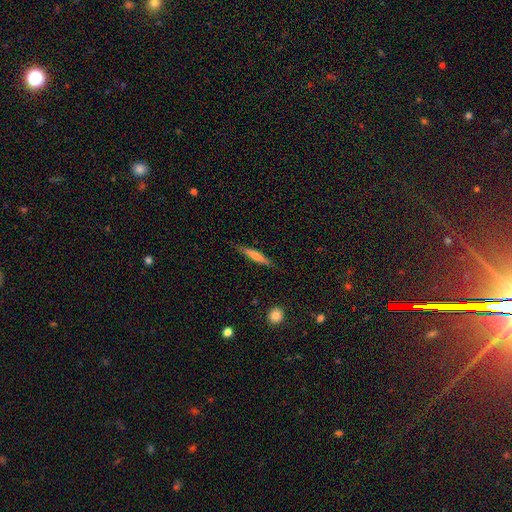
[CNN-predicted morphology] smooth-or-featured: smooth: 48% | featured or disk: 45% | star or artifact: 7%
  merging: none: 85% | minor disturbance: 12% | major disturbance: 2% | merger: 1%